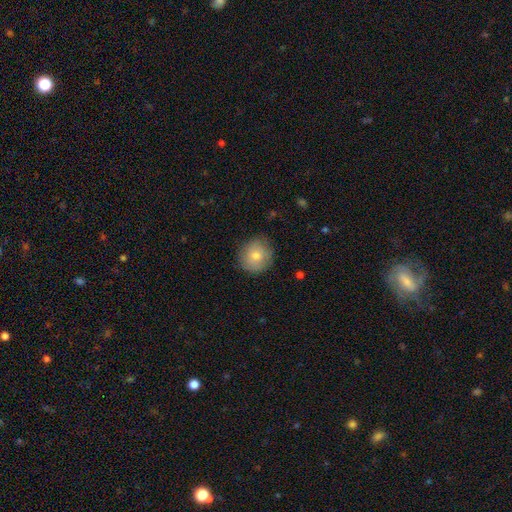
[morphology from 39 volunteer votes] Smooth or featured? 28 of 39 (72%) said smooth. How rounded? 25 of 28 (89%) said round. Merging? 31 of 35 (89%) said none.